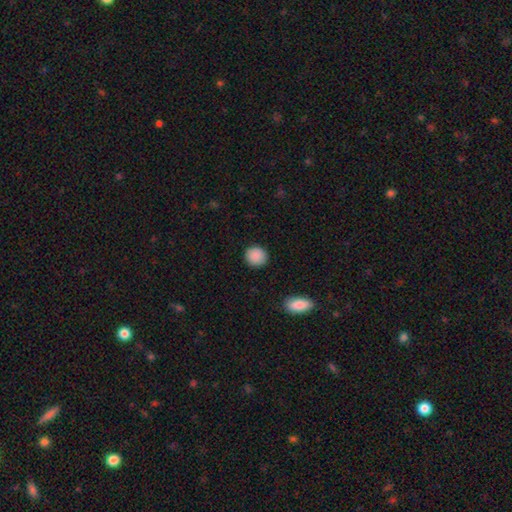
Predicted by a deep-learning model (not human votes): Smooth or featured? Predicted: smooth (p=0.90). How rounded? Predicted: round (p=0.87). Merging? Predicted: none (p=0.91).